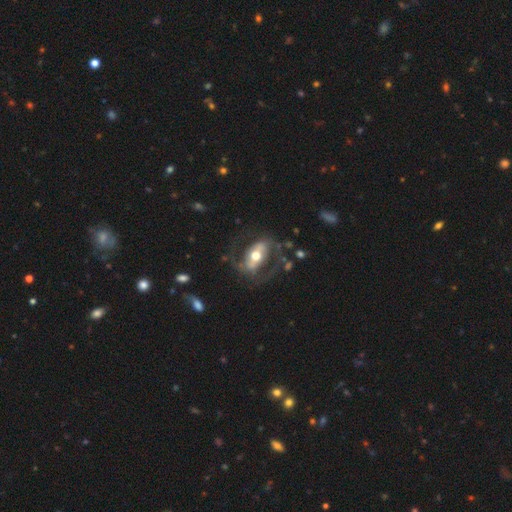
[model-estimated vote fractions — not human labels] Smooth or featured? featured or disk (75%)
Edge-on disk? no (93%)
Bar? strong (48%)
Spiral arms? yes (73%)
Spiral winding? medium (47%)
Spiral arm count? 2 (87%)
Bulge size? moderate (69%)
Merging? none (63%)